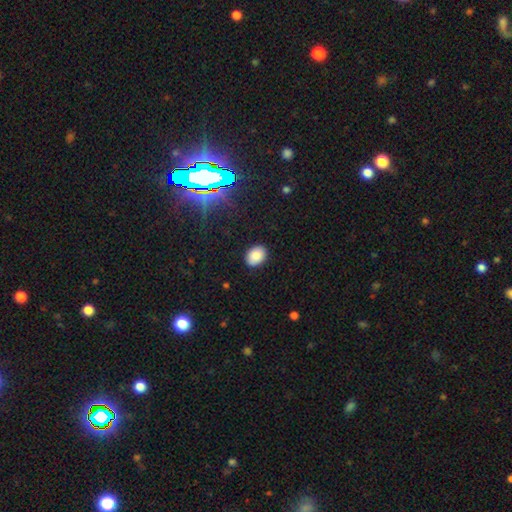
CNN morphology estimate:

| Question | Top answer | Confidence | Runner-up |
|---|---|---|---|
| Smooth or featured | smooth | 86% | star or artifact (10%) |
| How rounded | in between | 74% | round (25%) |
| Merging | none | 88% | minor disturbance (9%) |